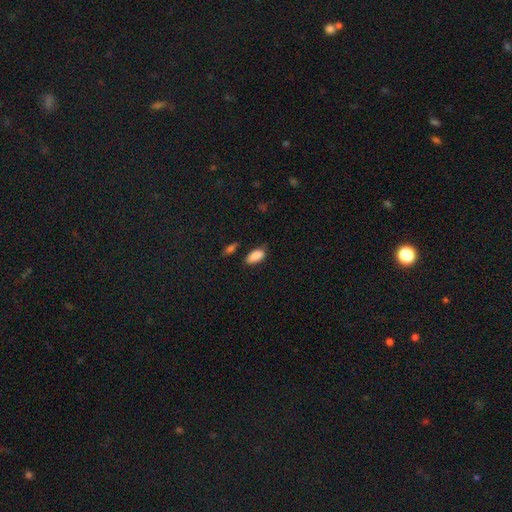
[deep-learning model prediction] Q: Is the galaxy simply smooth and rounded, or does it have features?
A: smooth — 88%.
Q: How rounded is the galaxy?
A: in between — 92%.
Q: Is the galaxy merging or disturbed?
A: none — 71%.